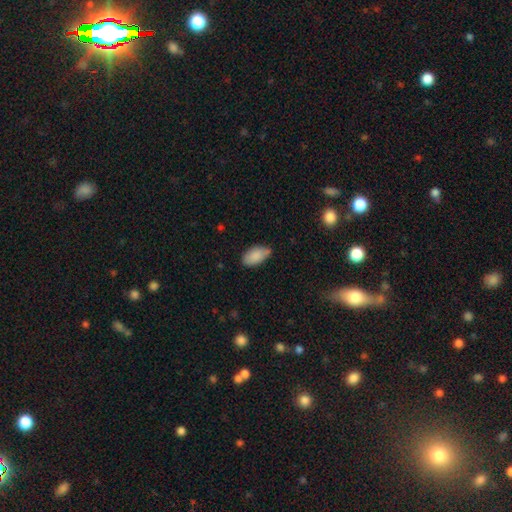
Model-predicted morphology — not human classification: A smooth galaxy with no disk features (86%) that is in between round and cigar-shaped (94%). Merging: none (63%).